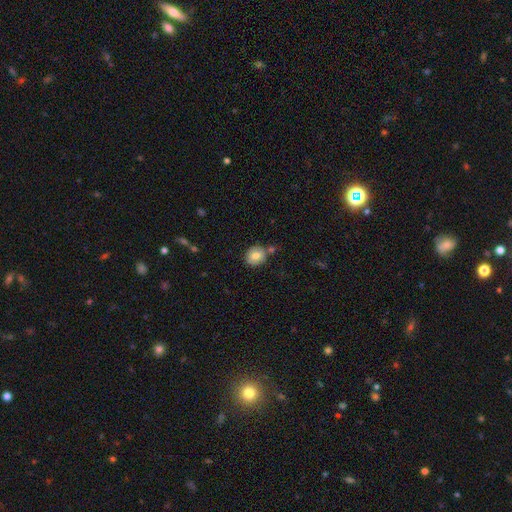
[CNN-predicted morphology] This appears to be a smooth galaxy with no disk features (81%) that is round (71%). Merging: none (73%).